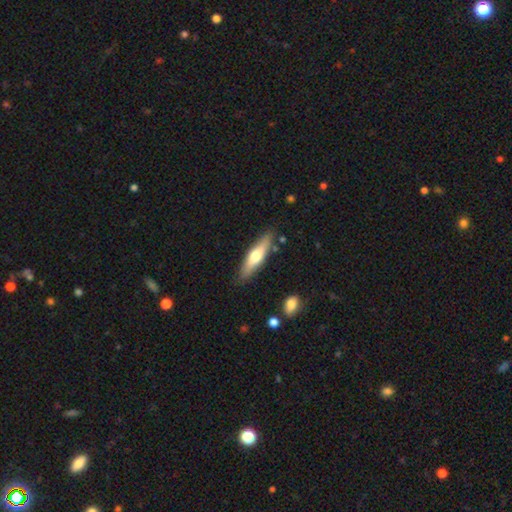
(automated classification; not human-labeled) This appears to be a smooth galaxy with no disk features (55%) that is cigar-shaped (71%). Merging: none (84%).